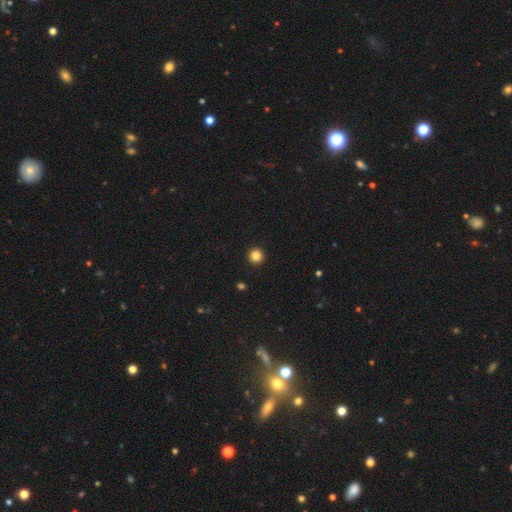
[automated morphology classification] This appears to be a smooth galaxy with no disk features (85%) that is round (96%). Merging: none (94%).